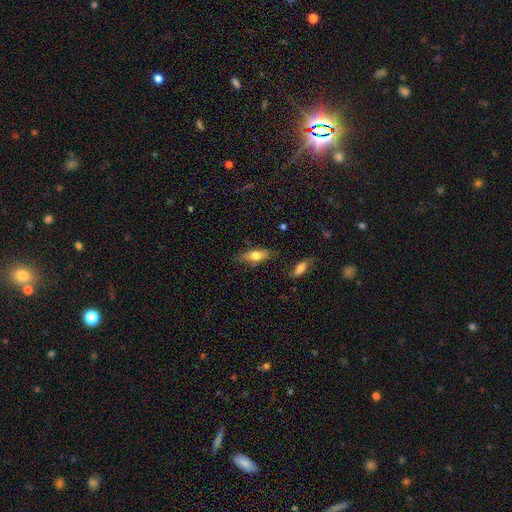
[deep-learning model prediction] A smooth galaxy with no disk features (68%) that is in between round and cigar-shaped (68%). Merging: none (74%).